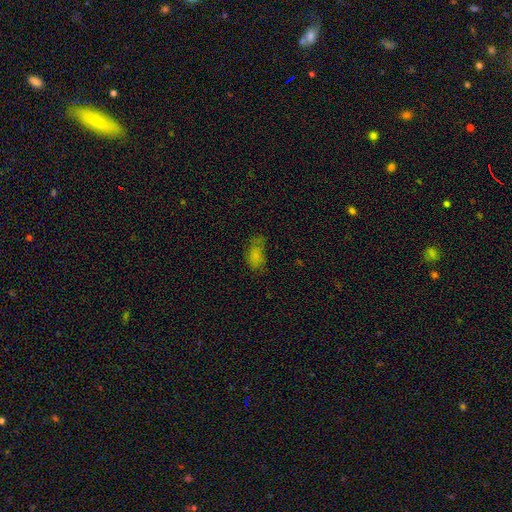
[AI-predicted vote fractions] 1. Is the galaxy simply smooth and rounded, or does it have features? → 74% smooth, 13% star or artifact, 12% featured or disk.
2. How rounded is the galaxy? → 90% in between, 7% round, 2% cigar-shaped.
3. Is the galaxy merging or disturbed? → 48% none, 32% minor disturbance, 17% major disturbance, 3% merger.